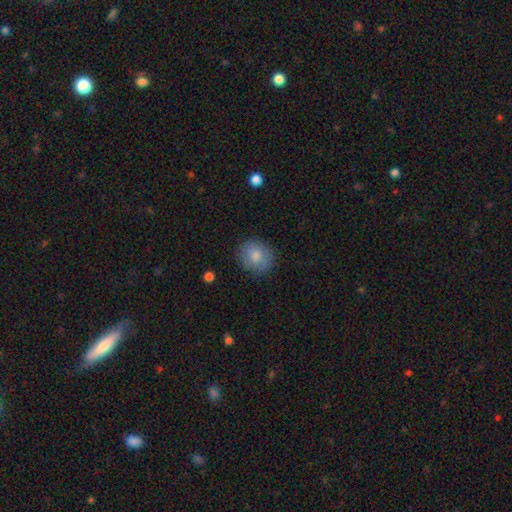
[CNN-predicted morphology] This appears to be a smooth galaxy with no disk features (80%) that is round (83%). Merging: none (80%).